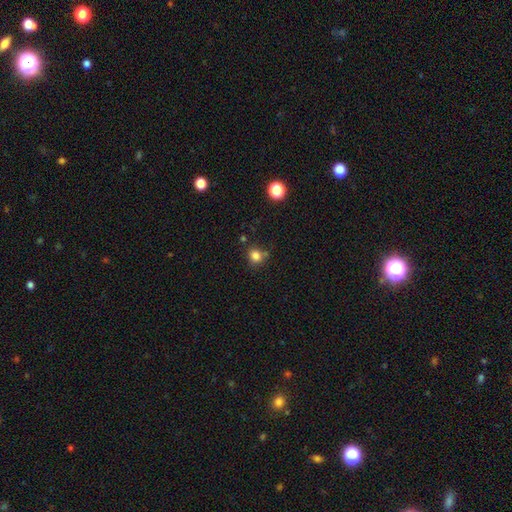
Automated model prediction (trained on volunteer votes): A smooth galaxy with no disk features (81%) that is round (80%). Merging: none (70%).